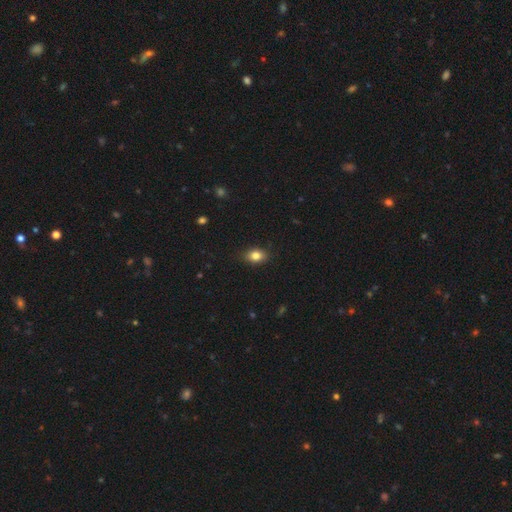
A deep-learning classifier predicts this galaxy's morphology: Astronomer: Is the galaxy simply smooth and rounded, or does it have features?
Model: smooth — 83%.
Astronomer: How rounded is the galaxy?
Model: in between — 74%.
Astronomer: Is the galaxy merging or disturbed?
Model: none — 84%.